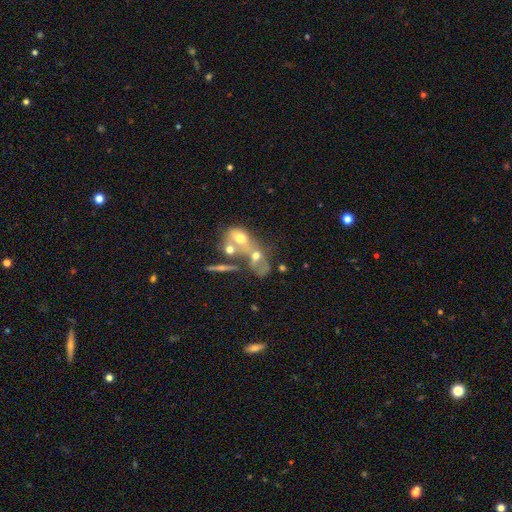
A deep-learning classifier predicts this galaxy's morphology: Smooth or featured? featured or disk (43%, tied with smooth)
Merging? merger (67%)